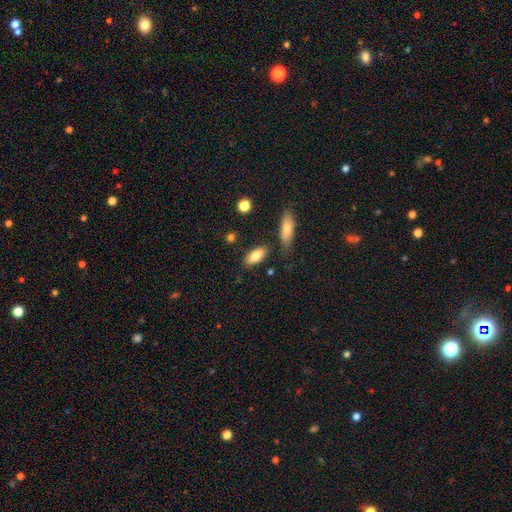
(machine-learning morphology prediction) smooth_or_featured: smooth (p=0.82) [alt: featured or disk p=0.11]
how_rounded: in between (p=0.86) [alt: cigar-shaped p=0.11]
merging: none (p=0.78) [alt: minor disturbance p=0.12]